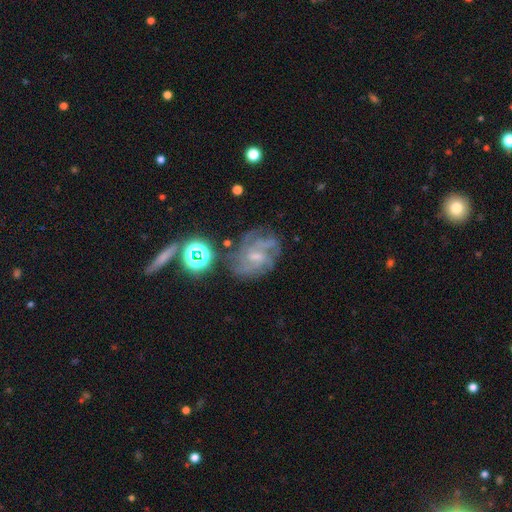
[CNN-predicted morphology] The model was most divided on "spiral winding" (2-way tie): medium: 43%, tight: 43%, loose: 14%. Remaining: edge-on disk — no (97%); spiral arms — yes (91%); smooth or featured — featured or disk (74%); merging — none (63%); bulge size — small (52%); bar — weak (46%); spiral arm count — can't tell (32%).